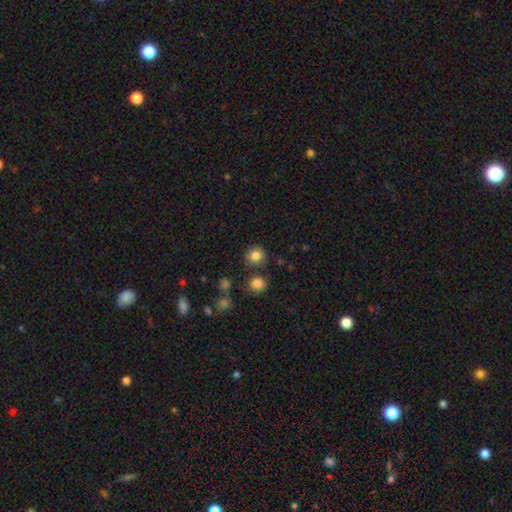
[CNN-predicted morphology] Smooth or featured?
  - smooth: 83% *
  - star or artifact: 11%
  - featured or disk: 6%
How rounded?
  - round: 81% *
  - in between: 18%
  - cigar-shaped: 1%
Merging?
  - none: 80% *
  - minor disturbance: 10%
  - merger: 7%
  - major disturbance: 3%